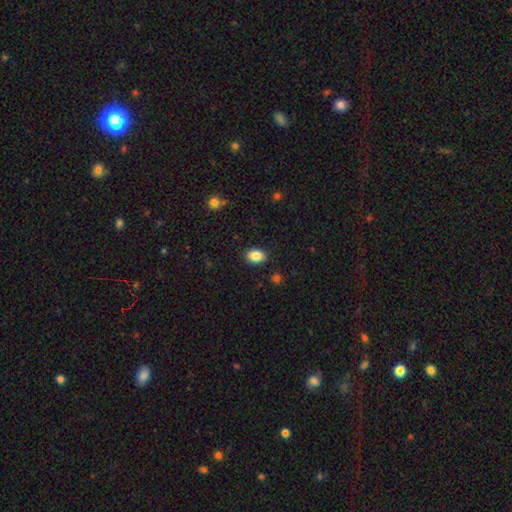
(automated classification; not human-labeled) Morphology: type=smooth (86%); roundness=in between (81%); merging=none (89%).